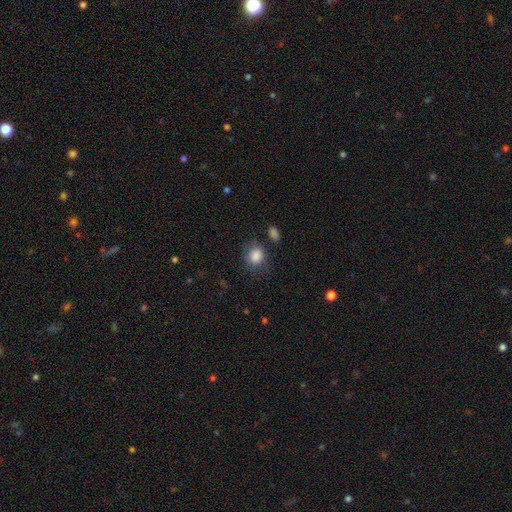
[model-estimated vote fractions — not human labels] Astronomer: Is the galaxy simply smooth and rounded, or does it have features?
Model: smooth — 86%.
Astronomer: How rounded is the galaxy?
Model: round — 62% (runner-up: in between, 37%).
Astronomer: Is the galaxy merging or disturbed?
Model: none — 68%.